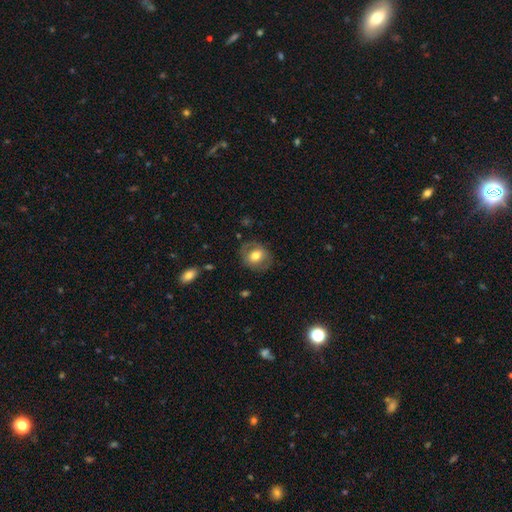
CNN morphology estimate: A smooth galaxy with no disk features (60%) that is round (61%).

Vote fractions:
- Smooth or featured? smooth: 60% / featured or disk: 33% / star or artifact: 8%
- How rounded? round: 61% / in between: 38% / cigar-shaped: 1%
- Merging? none: 76% / minor disturbance: 15% / major disturbance: 7% / merger: 1%